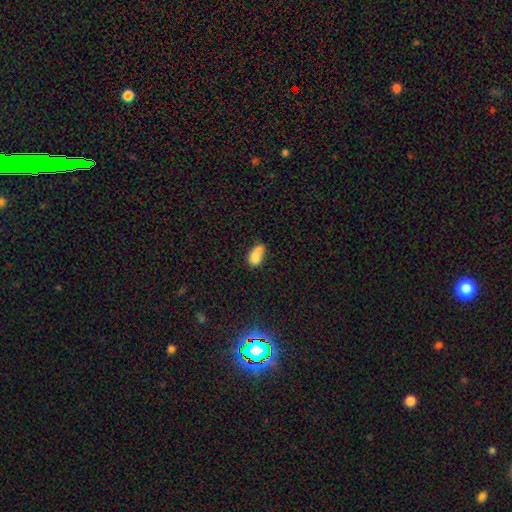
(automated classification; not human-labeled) The model was most divided on "merging": merger: 39%, none: 31%, minor disturbance: 20%, major disturbance: 10%. More confident: how rounded — in between (82%); smooth or featured — smooth (77%).